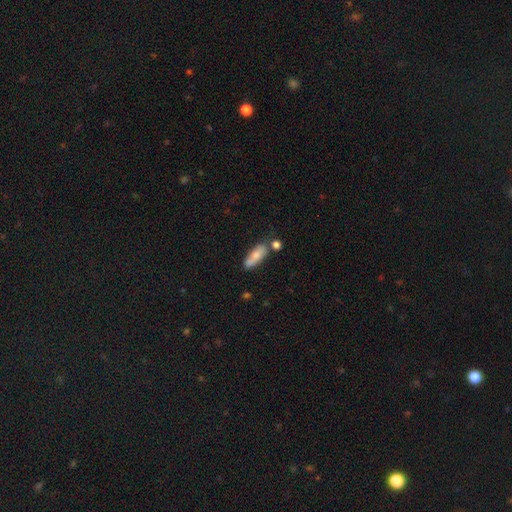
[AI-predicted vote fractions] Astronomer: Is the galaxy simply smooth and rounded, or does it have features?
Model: smooth — 71%.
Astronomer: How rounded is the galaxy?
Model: in between — 64%.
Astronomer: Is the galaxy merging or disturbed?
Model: none — 57%.